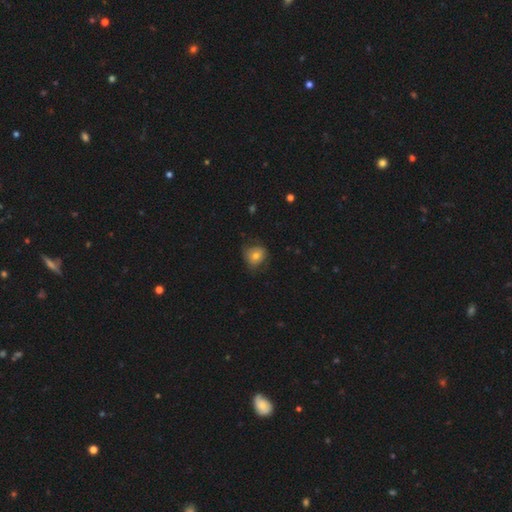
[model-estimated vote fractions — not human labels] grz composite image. It shows a smooth galaxy with no disk features (68%) that is round (76%). Merging: none (62%).